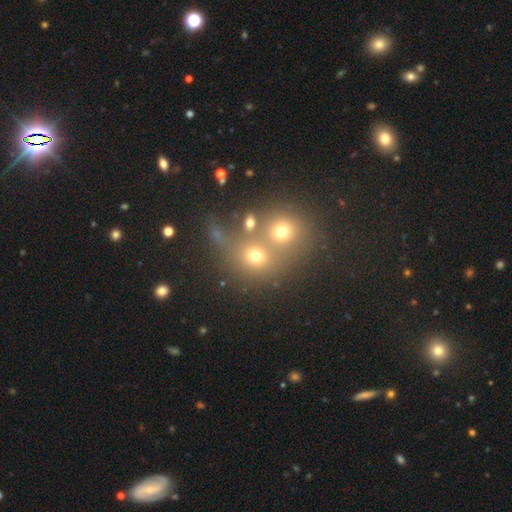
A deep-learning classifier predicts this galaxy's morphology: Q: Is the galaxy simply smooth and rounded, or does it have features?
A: smooth — 64%.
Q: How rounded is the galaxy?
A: round — 77%.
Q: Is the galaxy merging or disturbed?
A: merger — 50%.